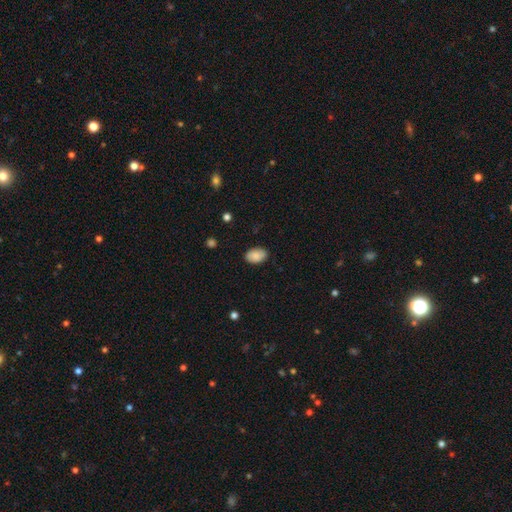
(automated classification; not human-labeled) Smooth or featured: smooth — 87% (star or artifact — 7%)
How rounded: in between — 87% (round — 12%)
Merging: none — 84% (minor disturbance — 13%)